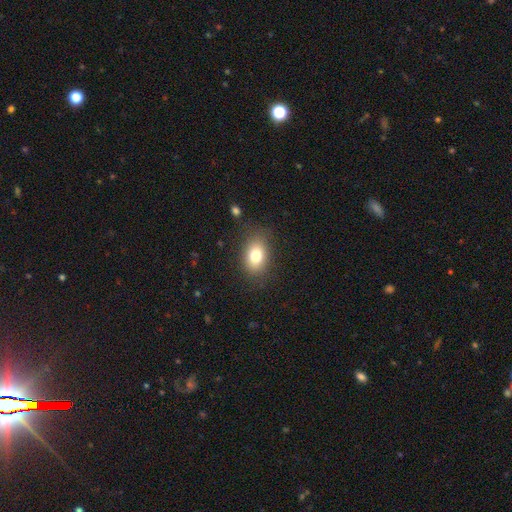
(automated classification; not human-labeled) A smooth galaxy with no disk features (79%) that is in between round and cigar-shaped (77%).

Vote fractions:
- Smooth or featured? smooth: 79% / featured or disk: 11% / star or artifact: 10%
- How rounded? in between: 77% / round: 22% / cigar-shaped: 1%
- Merging? none: 82% / minor disturbance: 12% / major disturbance: 4% / merger: 1%